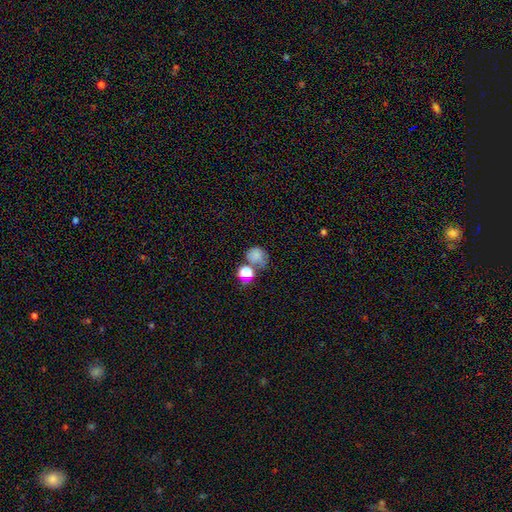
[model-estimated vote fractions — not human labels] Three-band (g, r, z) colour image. It shows a smooth galaxy with no disk features (72%) that is round (78%). Merging: none (44%).